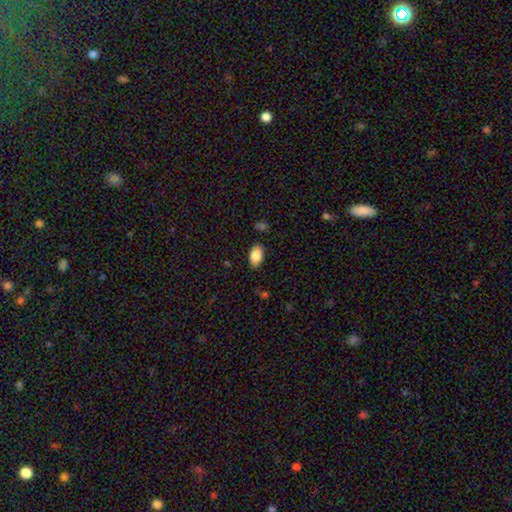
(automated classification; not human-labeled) Smooth or featured? Predicted: smooth (p=0.85). How rounded? Predicted: in between (p=0.93). Merging? Predicted: none (p=0.85).